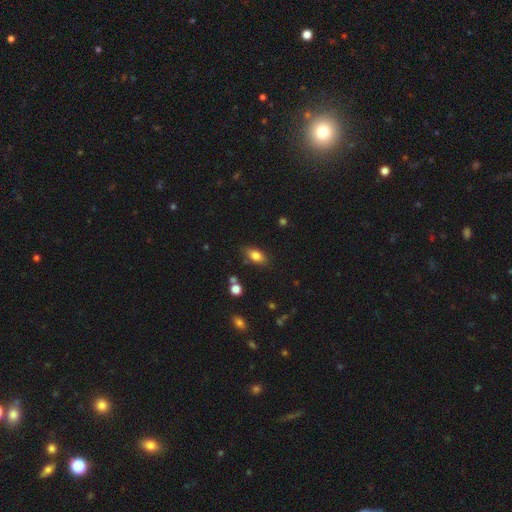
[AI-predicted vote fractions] Smooth or featured?
  - smooth: 81% *
  - featured or disk: 10%
  - star or artifact: 9%
How rounded?
  - in between: 87% *
  - round: 7%
  - cigar-shaped: 6%
Merging?
  - none: 79% *
  - minor disturbance: 15%
  - major disturbance: 3%
  - merger: 3%